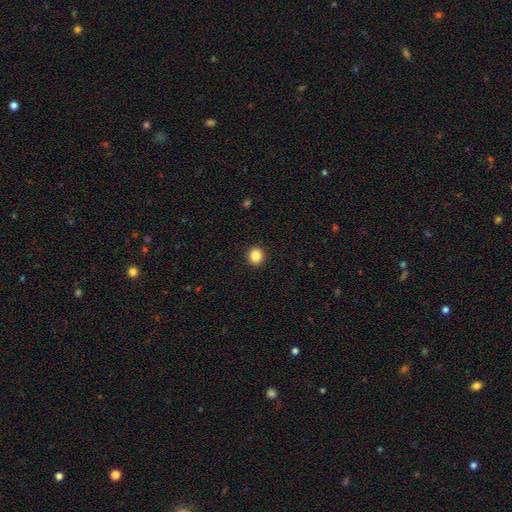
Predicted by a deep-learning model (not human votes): The model was most divided on "smooth or featured": smooth: 87%, star or artifact: 10%, featured or disk: 3%. More confident: merging — none (93%); how rounded — round (90%).